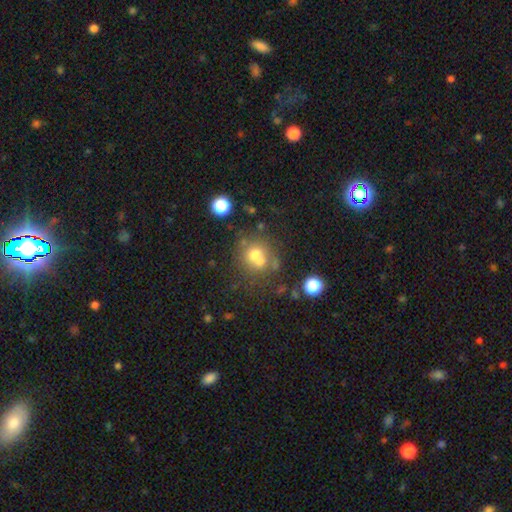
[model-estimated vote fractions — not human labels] A smooth galaxy with no disk features (63%) that is round (82%).

Vote fractions:
- Smooth or featured? smooth: 63% / featured or disk: 19% / star or artifact: 18%
- How rounded? round: 82% / in between: 17% / cigar-shaped: 1%
- Merging? none: 48% / merger: 37% / minor disturbance: 10% / major disturbance: 5%